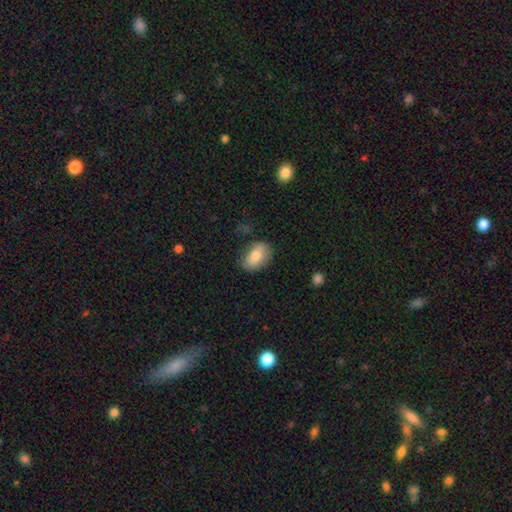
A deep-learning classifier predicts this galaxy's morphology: This appears to be a smooth galaxy with no disk features (80%) that is in between round and cigar-shaped (89%). Merging: none (74%).